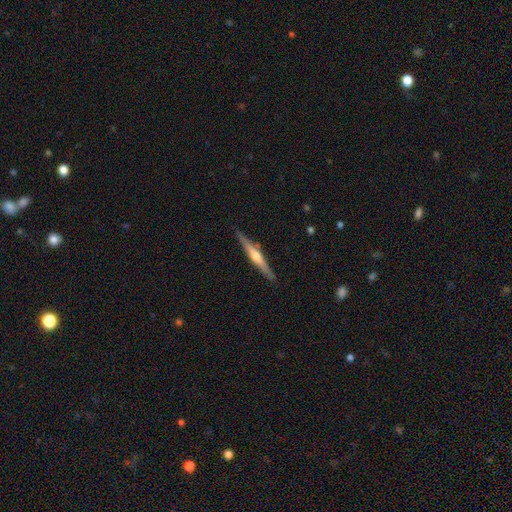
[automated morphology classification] This appears to be a featured or disk galaxy (66%) viewed edge-on (97%) with a rounded central bulge (81%). Merging: none (88%).